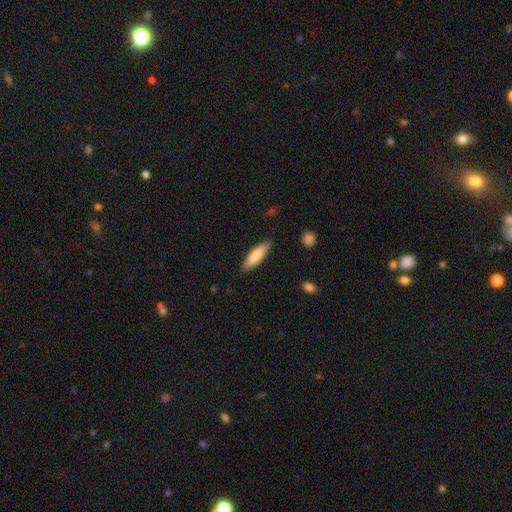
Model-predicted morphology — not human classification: The model was most divided on "how rounded": cigar-shaped: 67%, in between: 32%, round: 1%. More confident: merging — none (87%); smooth or featured — smooth (79%).